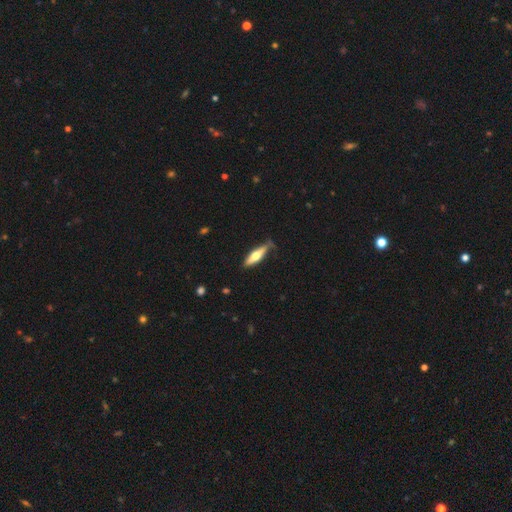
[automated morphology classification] type=featured or disk (50%); edge-on=yes (92%); merging=none (75%).